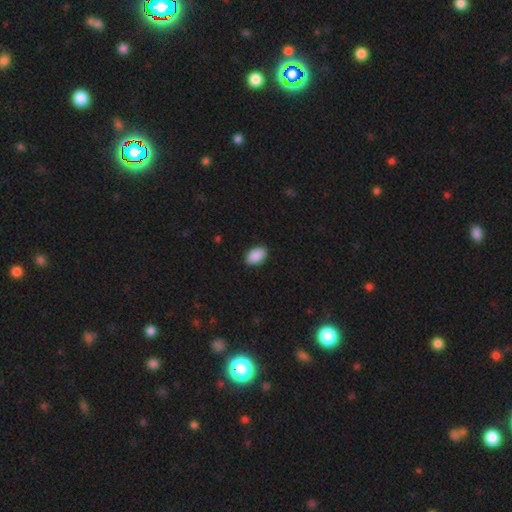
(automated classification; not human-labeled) smooth_or_featured: smooth (p=0.90) [alt: star or artifact p=0.07]
how_rounded: in between (p=0.92) [alt: round p=0.07]
merging: none (p=0.88) [alt: minor disturbance p=0.09]